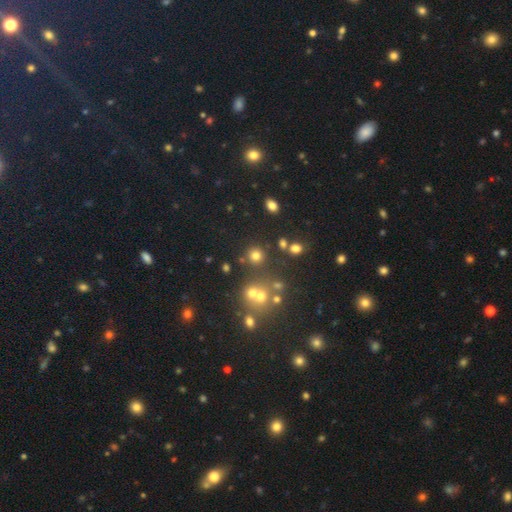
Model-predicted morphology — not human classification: Smooth or featured? Predicted: smooth (p=0.73). How rounded? Predicted: round (p=0.91). Merging? Predicted: none (p=0.78).